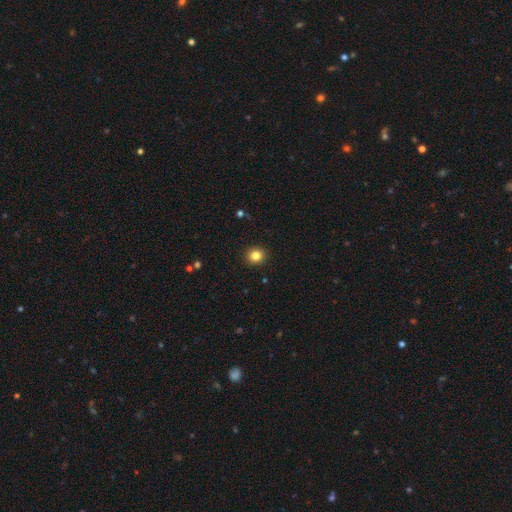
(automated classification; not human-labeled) This is clearly a smooth galaxy (84%). How rounded: clearly round (89%). Merging: clearly none (93%).